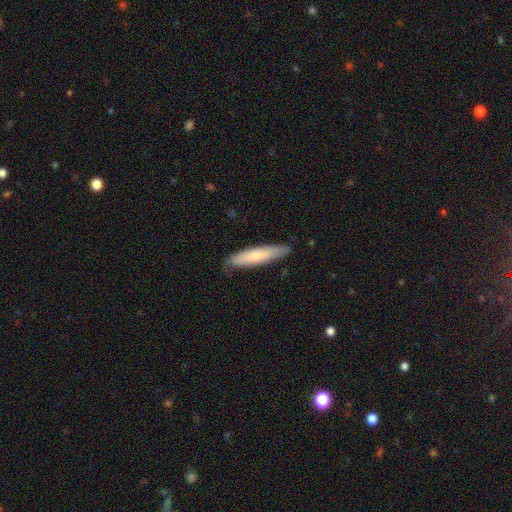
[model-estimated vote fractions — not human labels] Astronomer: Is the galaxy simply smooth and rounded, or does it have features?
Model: smooth — 70%.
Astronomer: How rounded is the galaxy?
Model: cigar-shaped — 84%.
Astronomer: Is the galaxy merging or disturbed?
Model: none — 84%.